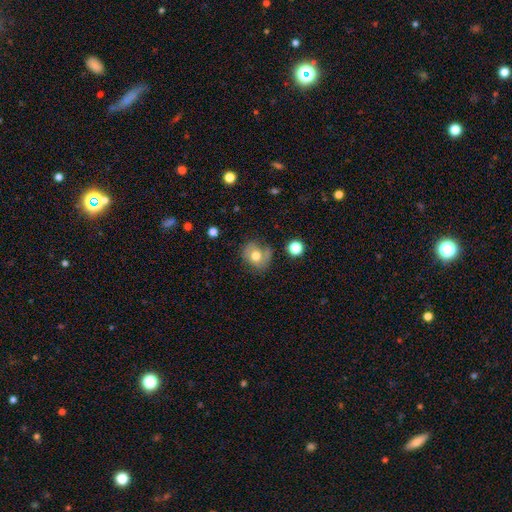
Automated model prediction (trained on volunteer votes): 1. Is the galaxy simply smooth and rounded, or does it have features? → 64% smooth, 26% featured or disk, 10% star or artifact.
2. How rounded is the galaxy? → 67% round, 32% in between, 1% cigar-shaped.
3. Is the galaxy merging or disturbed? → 61% none, 25% minor disturbance, 10% major disturbance, 4% merger.